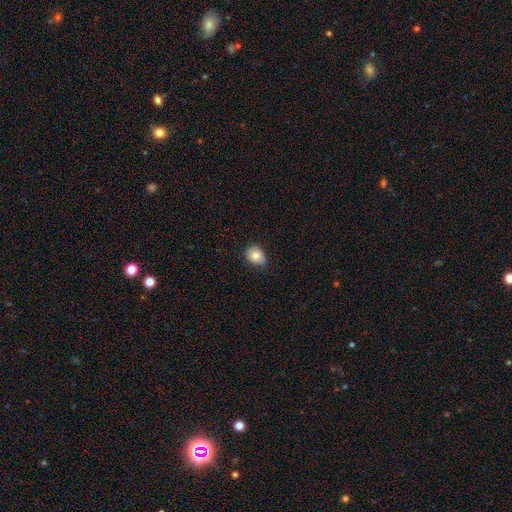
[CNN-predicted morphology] Smooth or featured? smooth (81%)
How rounded? in between (55%)
Merging? none (71%)